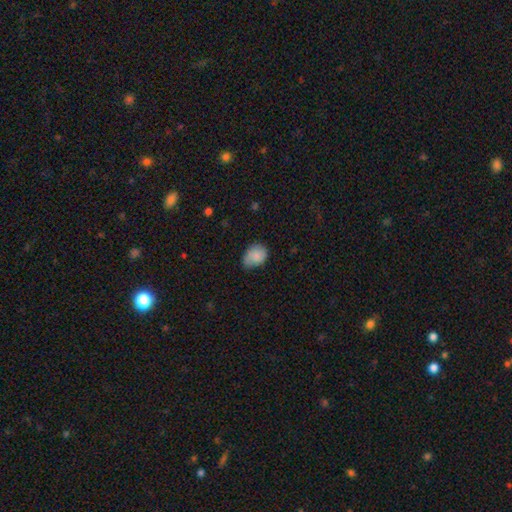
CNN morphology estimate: Smooth or featured?
  - smooth: 81% *
  - featured or disk: 11%
  - star or artifact: 8%
How rounded?
  - in between: 64% *
  - round: 35%
  - cigar-shaped: 1%
Merging?
  - none: 45% *
  - minor disturbance: 42%
  - major disturbance: 11%
  - merger: 2%